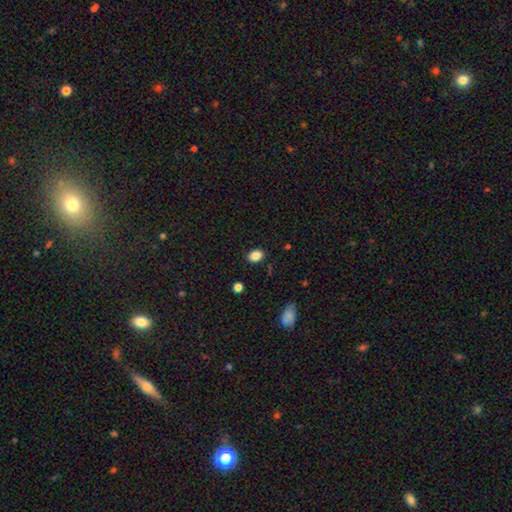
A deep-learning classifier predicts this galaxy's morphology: A smooth galaxy with no disk features (86%) that is in between round and cigar-shaped (75%).

Vote fractions:
- Smooth or featured? smooth: 86% / star or artifact: 10% / featured or disk: 4%
- How rounded? in between: 75% / round: 24% / cigar-shaped: 1%
- Merging? none: 86% / minor disturbance: 10% / major disturbance: 2% / merger: 1%